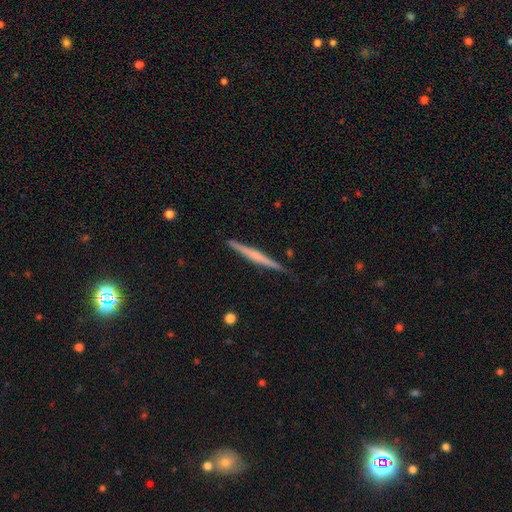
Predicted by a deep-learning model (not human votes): The model was most divided on "edge-on bulge": none: 54%, rounded: 33%, boxy: 13%. More confident: edge-on disk — yes (98%); merging — none (89%); smooth or featured — featured or disk (60%).